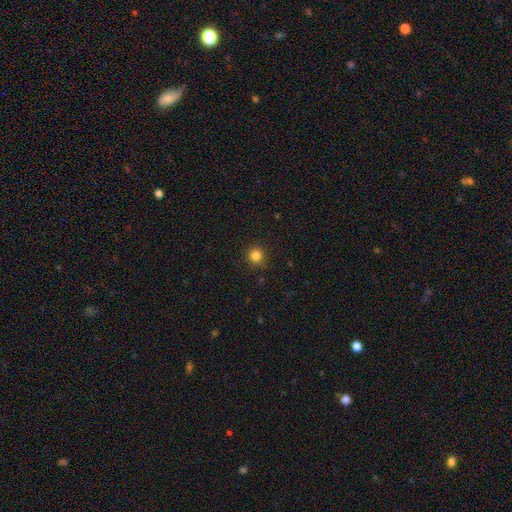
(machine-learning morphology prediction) A smooth galaxy with no disk features (83%) that is round (94%). Merging: none (89%).